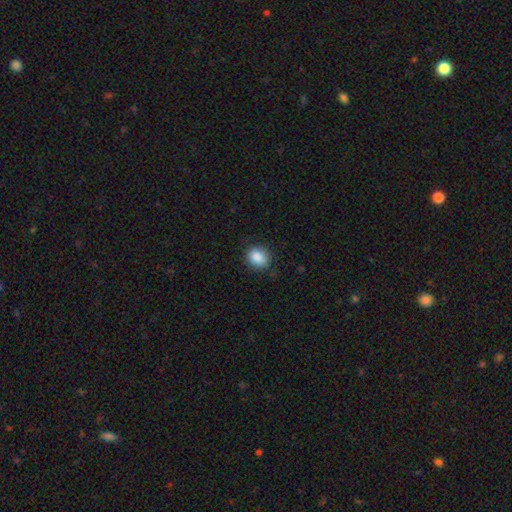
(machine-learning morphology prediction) Overall: smooth (88%). How rounded: round (53%; in between 46%). Merging: none (84%).